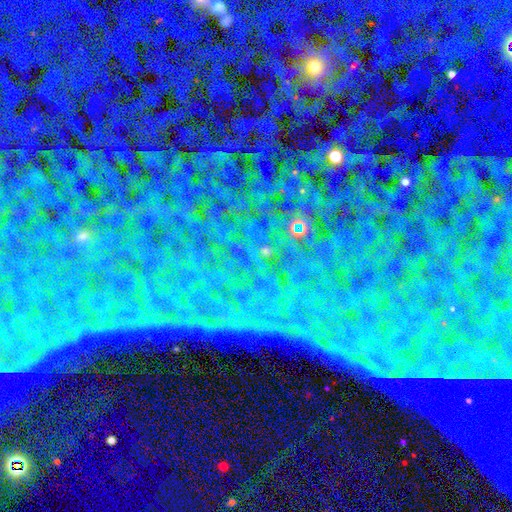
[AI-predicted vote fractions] A star or artifact, not a galaxy (85%).